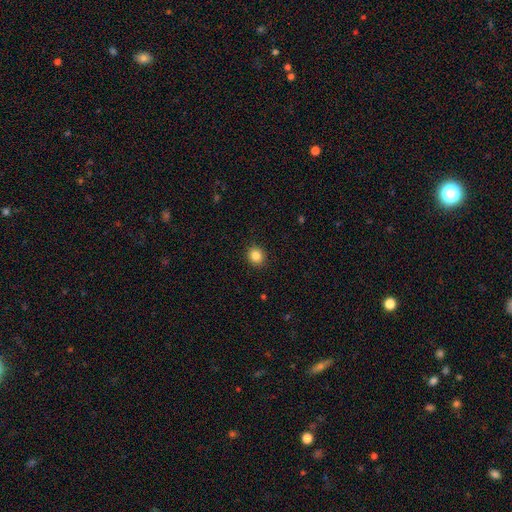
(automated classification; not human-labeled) Smooth or featured? smooth (85%)
How rounded? round (82%)
Merging? none (91%)